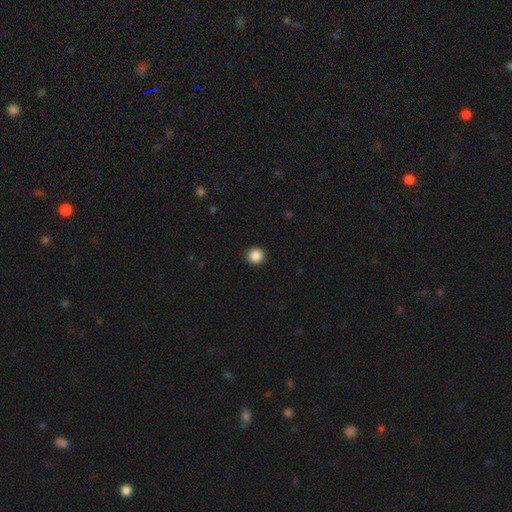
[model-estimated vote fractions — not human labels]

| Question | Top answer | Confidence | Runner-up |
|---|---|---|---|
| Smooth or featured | smooth | 87% | star or artifact (10%) |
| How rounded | round | 93% | in between (6%) |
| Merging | none | 93% | minor disturbance (5%) |